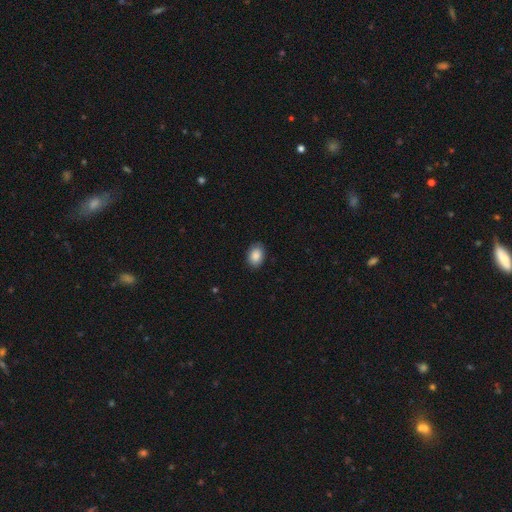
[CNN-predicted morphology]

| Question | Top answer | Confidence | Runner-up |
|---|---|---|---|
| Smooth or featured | smooth | 88% | star or artifact (7%) |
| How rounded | in between | 80% | round (19%) |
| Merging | none | 86% | minor disturbance (11%) |